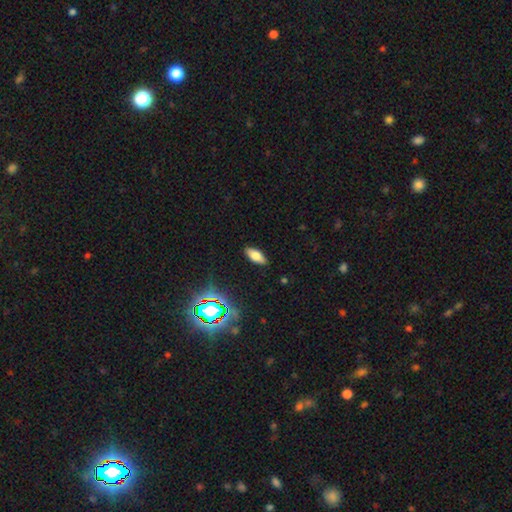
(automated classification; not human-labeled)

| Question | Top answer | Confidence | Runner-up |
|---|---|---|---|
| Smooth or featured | smooth | 67% | featured or disk (21%) |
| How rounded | in between | 78% | cigar-shaped (19%) |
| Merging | none | 88% | minor disturbance (8%) |